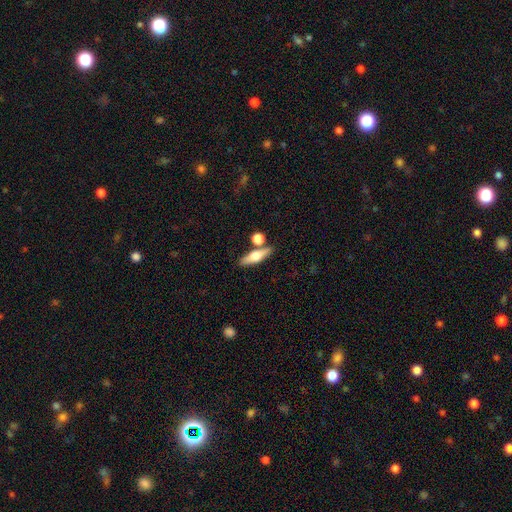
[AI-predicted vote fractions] A smooth galaxy with no disk features (51%) that is cigar-shaped (57%).

Vote fractions:
- Smooth or featured? smooth: 51% / featured or disk: 42% / star or artifact: 7%
- How rounded? cigar-shaped: 57% / in between: 37% / round: 6%
- Merging? none: 74% / merger: 13% / minor disturbance: 10% / major disturbance: 3%